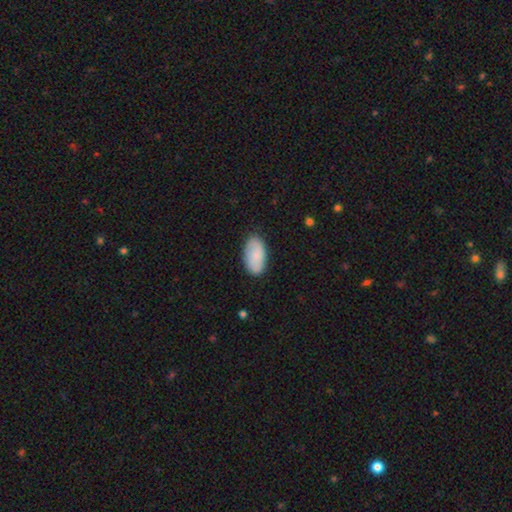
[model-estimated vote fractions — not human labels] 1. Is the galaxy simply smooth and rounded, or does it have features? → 80% smooth, 14% featured or disk, 6% star or artifact.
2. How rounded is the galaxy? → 95% in between, 3% cigar-shaped, 3% round.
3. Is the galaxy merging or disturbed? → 84% none, 12% minor disturbance, 2% major disturbance, 1% merger.